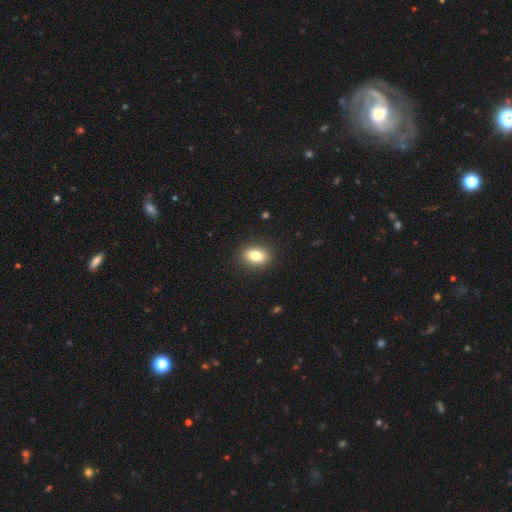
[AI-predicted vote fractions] Smooth or featured: smooth — 80% (featured or disk — 11%)
How rounded: in between — 78% (round — 20%)
Merging: none — 89% (minor disturbance — 8%)